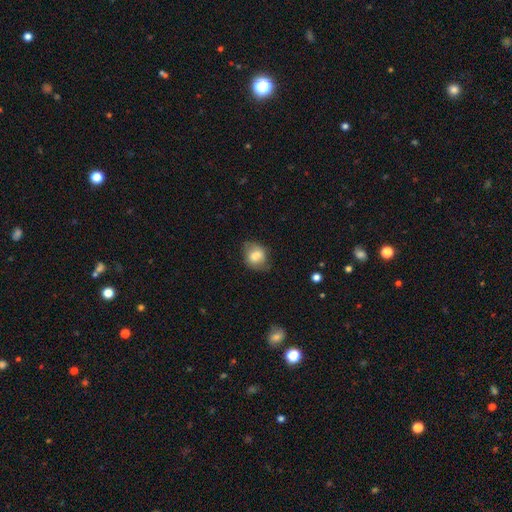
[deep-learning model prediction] Smooth or featured: smooth — 73% (featured or disk — 19%)
How rounded: in between — 58% (round — 41%)
Merging: none — 63% (minor disturbance — 27%)